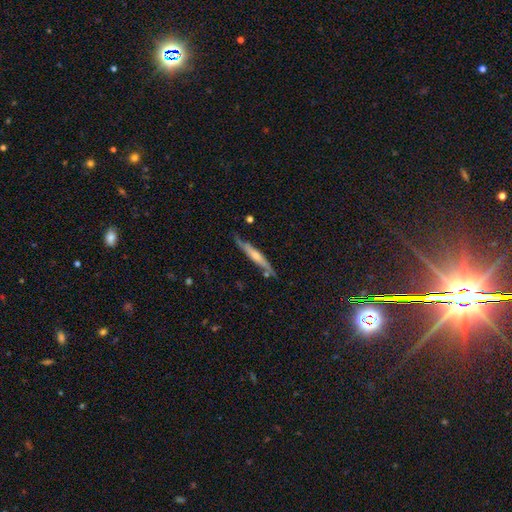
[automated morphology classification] This appears to be a featured or disk galaxy (54%) viewed edge-on (88%). Merging: none (70%).